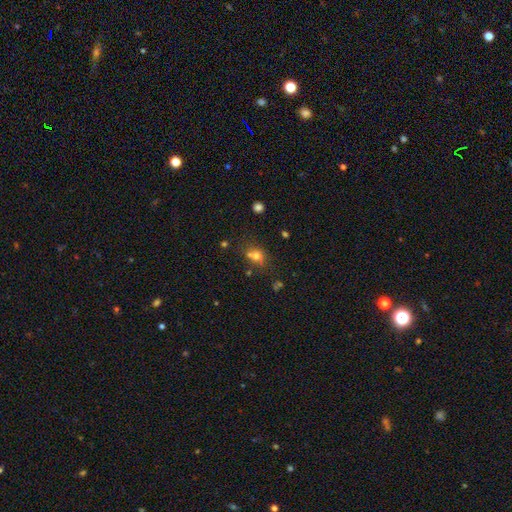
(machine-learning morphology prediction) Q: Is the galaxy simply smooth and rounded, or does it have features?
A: smooth — 66%.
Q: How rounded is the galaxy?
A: round — 64%.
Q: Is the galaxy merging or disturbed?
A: none — 48%.